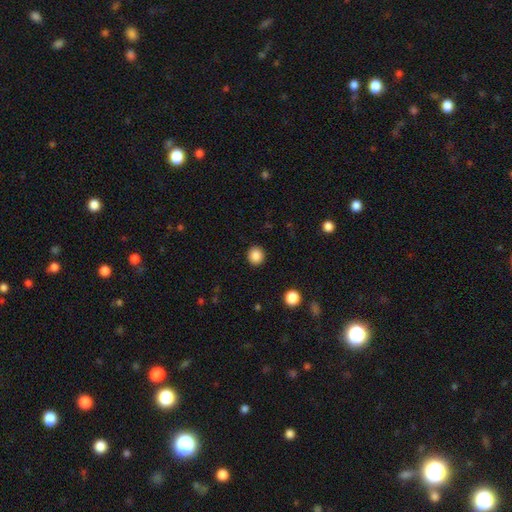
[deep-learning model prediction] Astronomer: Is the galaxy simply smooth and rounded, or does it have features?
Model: smooth — 86%.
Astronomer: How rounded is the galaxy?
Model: round — 90%.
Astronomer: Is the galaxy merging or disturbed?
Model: none — 92%.